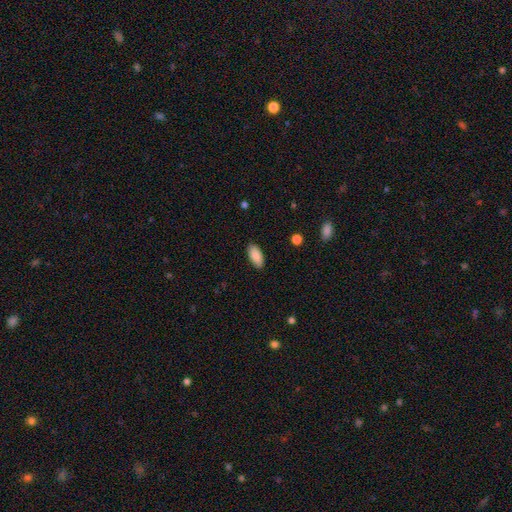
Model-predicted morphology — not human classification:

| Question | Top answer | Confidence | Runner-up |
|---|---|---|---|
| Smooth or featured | smooth | 89% | star or artifact (6%) |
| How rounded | in between | 90% | cigar-shaped (8%) |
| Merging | none | 88% | minor disturbance (9%) |